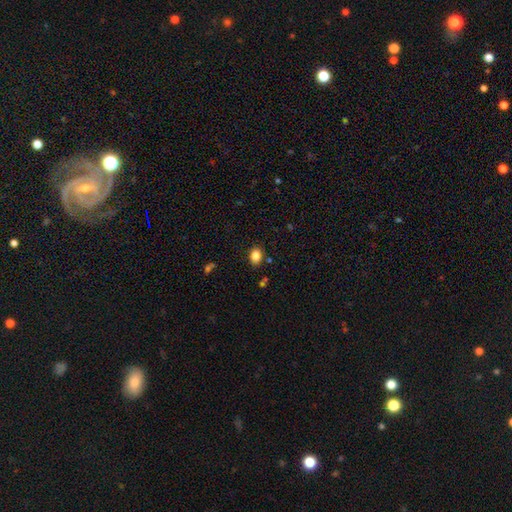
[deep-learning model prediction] Smooth or featured?
  - smooth: 85% *
  - star or artifact: 10%
  - featured or disk: 5%
How rounded?
  - in between: 70% *
  - round: 29%
  - cigar-shaped: 1%
Merging?
  - none: 85% *
  - minor disturbance: 10%
  - major disturbance: 3%
  - merger: 2%